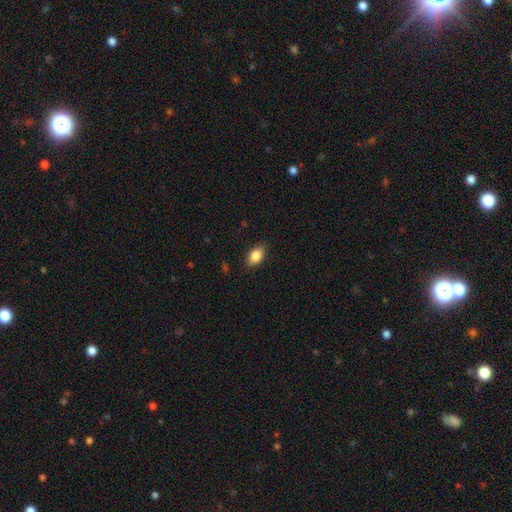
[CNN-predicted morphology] smooth-or-featured: smooth: 85% | star or artifact: 7% | featured or disk: 7%
  how-rounded: in between: 89% | round: 8% | cigar-shaped: 3%
  merging: none: 86% | minor disturbance: 11% | major disturbance: 2% | merger: 1%